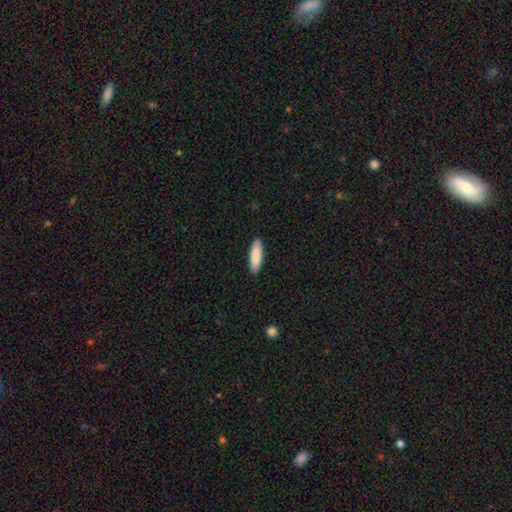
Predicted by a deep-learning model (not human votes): A smooth galaxy with no disk features (89%) that is cigar-shaped (55%). Merging: none (91%).